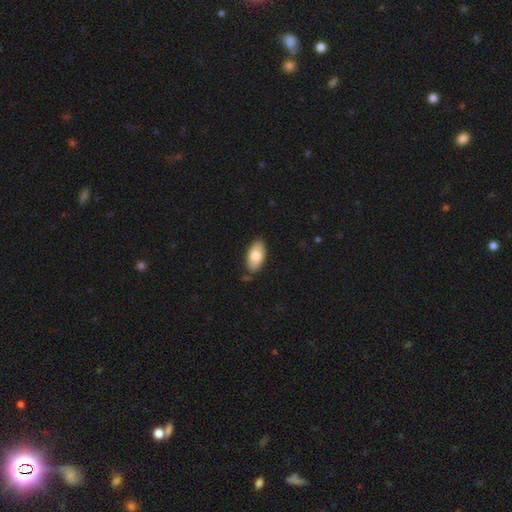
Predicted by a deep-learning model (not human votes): Smooth or featured?
  - smooth: 76% *
  - featured or disk: 18%
  - star or artifact: 6%
How rounded?
  - in between: 94% *
  - cigar-shaped: 3%
  - round: 3%
Merging?
  - none: 80% *
  - minor disturbance: 15%
  - major disturbance: 3%
  - merger: 2%